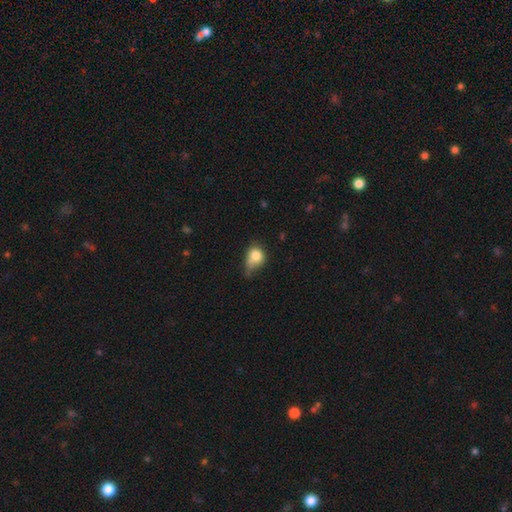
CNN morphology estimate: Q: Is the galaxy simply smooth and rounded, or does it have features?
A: smooth — 79%.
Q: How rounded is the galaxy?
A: round — 59%.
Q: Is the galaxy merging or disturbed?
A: minor disturbance — 38%.